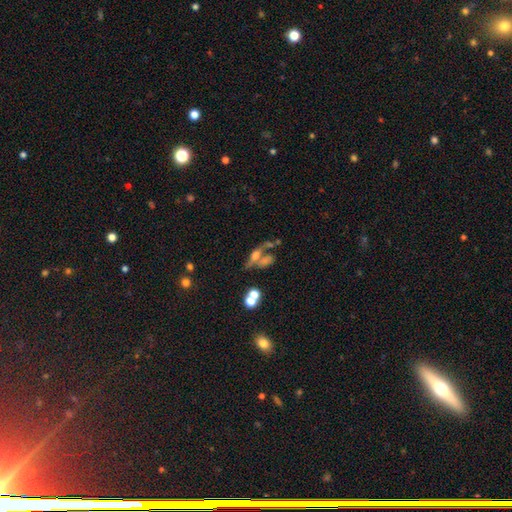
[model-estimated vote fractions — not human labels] smooth_or_featured: featured or disk (p=0.46) [alt: smooth p=0.36]
merging: merger (p=0.35) [alt: none p=0.34]